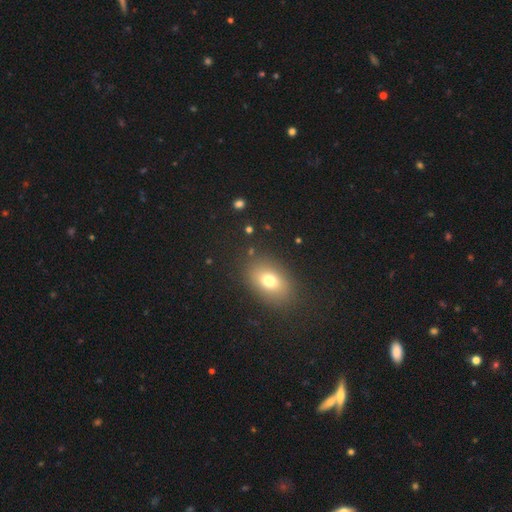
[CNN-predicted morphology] smooth_or_featured: smooth (p=0.68) [alt: star or artifact p=0.20]
how_rounded: in between (p=0.72) [alt: round p=0.26]
merging: none (p=0.87) [alt: minor disturbance p=0.08]